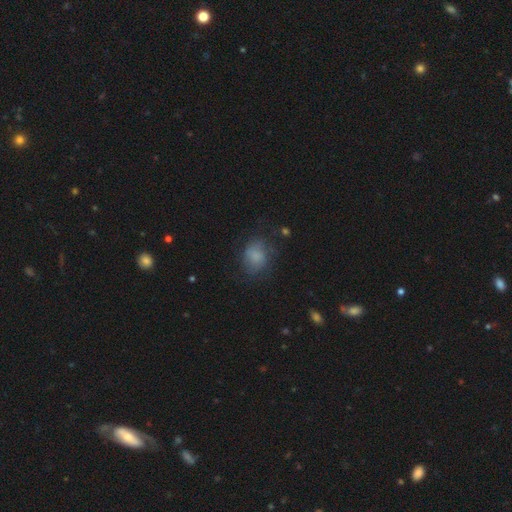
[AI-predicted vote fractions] smooth_or_featured: smooth (p=0.76) [alt: featured or disk p=0.13]
how_rounded: round (p=0.54) [alt: in between p=0.45]
merging: none (p=0.66) [alt: minor disturbance p=0.22]